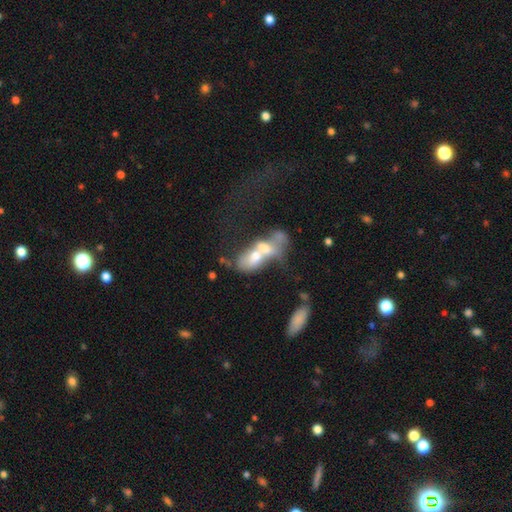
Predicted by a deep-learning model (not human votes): Morphology: type=smooth (51%); roundness=in between (81%); merging=merger (78%).